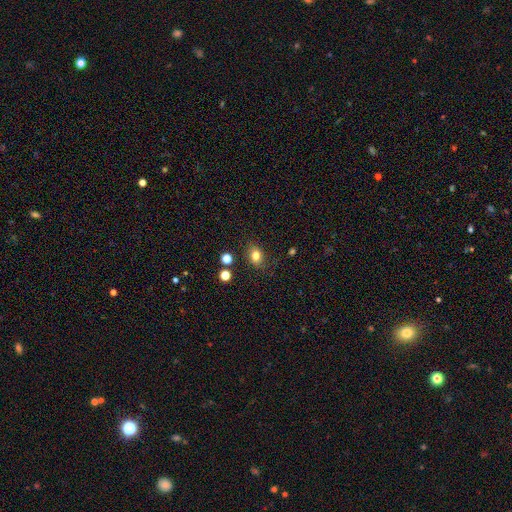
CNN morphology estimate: A smooth galaxy with no disk features (79%) that is in between round and cigar-shaped (62%).

Vote fractions:
- Smooth or featured? smooth: 79% / star or artifact: 12% / featured or disk: 9%
- How rounded? in between: 62% / round: 37% / cigar-shaped: 1%
- Merging? none: 81% / minor disturbance: 13% / major disturbance: 4% / merger: 3%